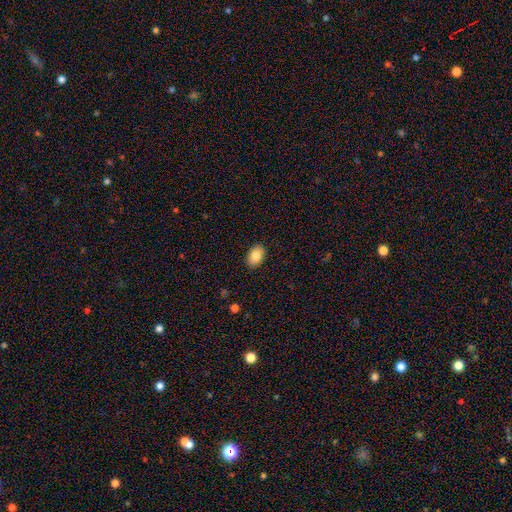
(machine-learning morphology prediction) type=smooth (86%); roundness=in between (87%); merging=none (89%).